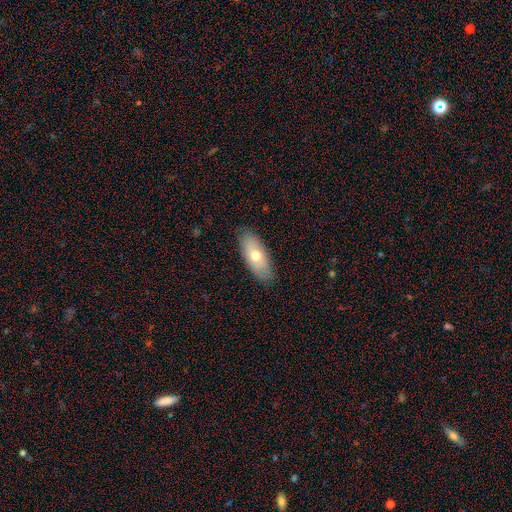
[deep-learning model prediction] Smooth or featured: smooth — 65% (featured or disk — 29%)
How rounded: in between — 84% (cigar-shaped — 12%)
Merging: none — 85% (minor disturbance — 12%)